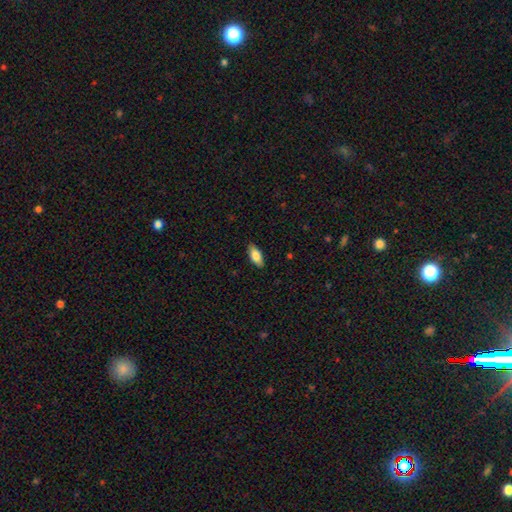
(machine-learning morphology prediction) The model was most divided on "smooth or featured": smooth: 81%, featured or disk: 13%, star or artifact: 6%. More confident: merging — none (88%); how rounded — in between (85%).